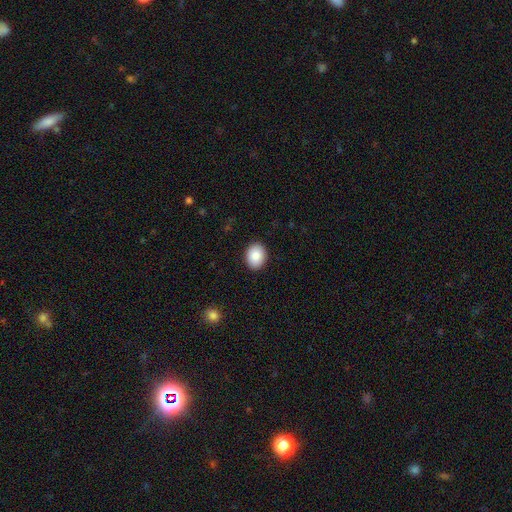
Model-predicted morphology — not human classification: Smooth or featured?
  - smooth: 87% *
  - star or artifact: 7%
  - featured or disk: 6%
How rounded?
  - in between: 57% *
  - round: 42%
  - cigar-shaped: 1%
Merging?
  - none: 90% *
  - minor disturbance: 7%
  - major disturbance: 2%
  - merger: 1%